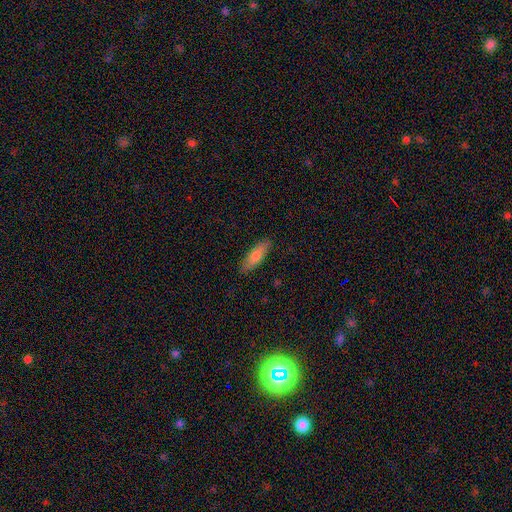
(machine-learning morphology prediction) Smooth or featured?
  - smooth: 77% *
  - featured or disk: 17%
  - star or artifact: 6%
How rounded?
  - in between: 55% *
  - cigar-shaped: 43%
  - round: 2%
Merging?
  - none: 87% *
  - minor disturbance: 10%
  - major disturbance: 2%
  - merger: 1%